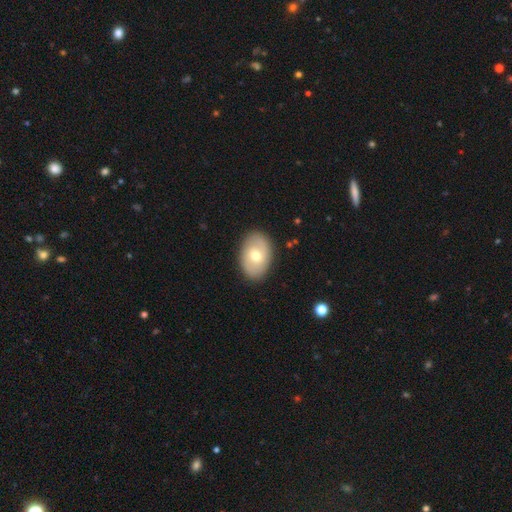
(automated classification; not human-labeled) Smooth or featured? smooth (53%)
How rounded? in between (80%)
Merging? none (86%)